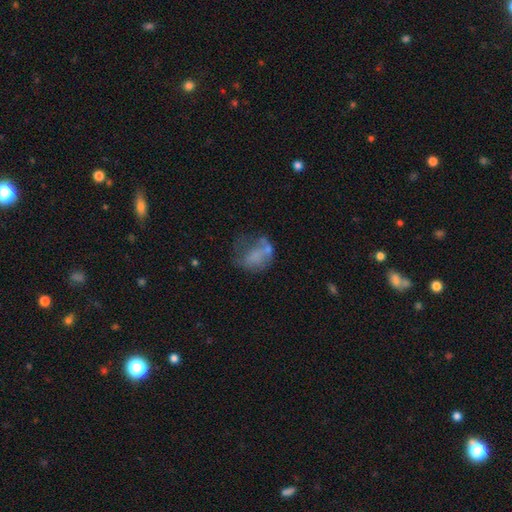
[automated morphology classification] Q: Smooth or featured?
A: smooth (50%); runner-up: featured or disk (37%)
Q: How rounded?
A: in between (64%); runner-up: round (34%)
Q: Merging?
A: major disturbance (39%); runner-up: none (27%)